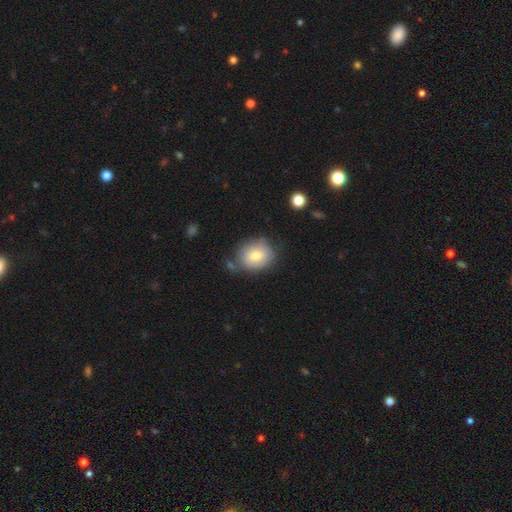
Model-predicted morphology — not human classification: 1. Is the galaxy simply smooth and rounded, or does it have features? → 75% smooth, 17% featured or disk, 8% star or artifact.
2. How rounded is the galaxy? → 68% round, 31% in between, 1% cigar-shaped.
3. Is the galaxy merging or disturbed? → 65% none, 21% minor disturbance, 7% merger, 7% major disturbance.